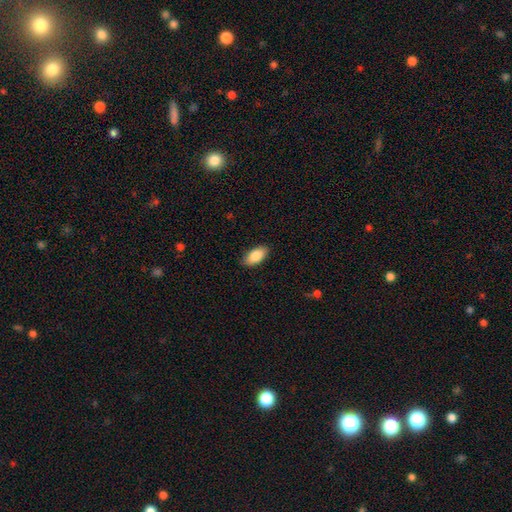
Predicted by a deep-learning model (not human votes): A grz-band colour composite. It shows a smooth galaxy with no disk features (87%) that is in between round and cigar-shaped (93%). Merging: none (87%).